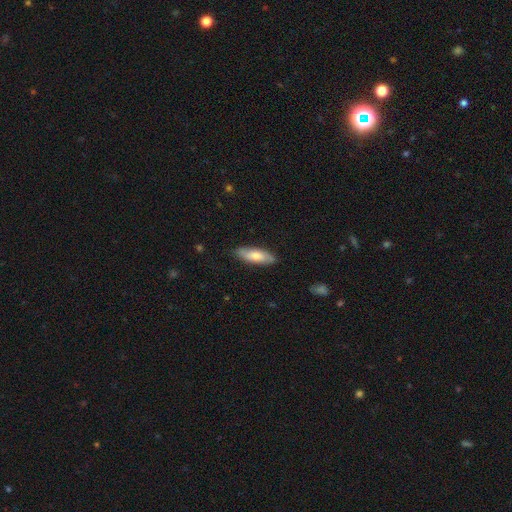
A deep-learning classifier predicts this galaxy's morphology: Q: Smooth or featured?
A: smooth (71%); runner-up: featured or disk (24%)
Q: How rounded?
A: in between (57%); runner-up: cigar-shaped (41%)
Q: Merging?
A: none (85%); runner-up: minor disturbance (12%)